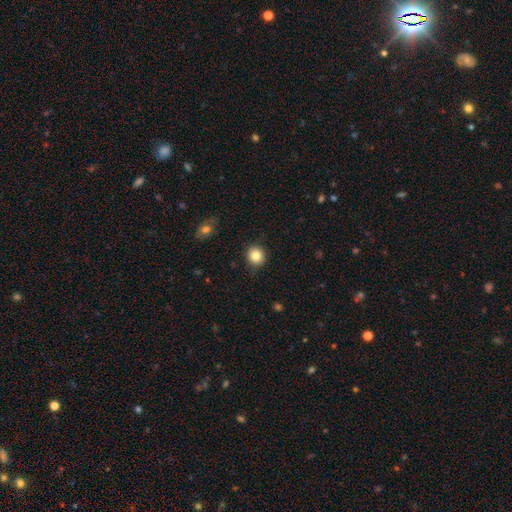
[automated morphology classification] Overall: smooth (84%). How rounded: round (88%). Merging: none (88%).